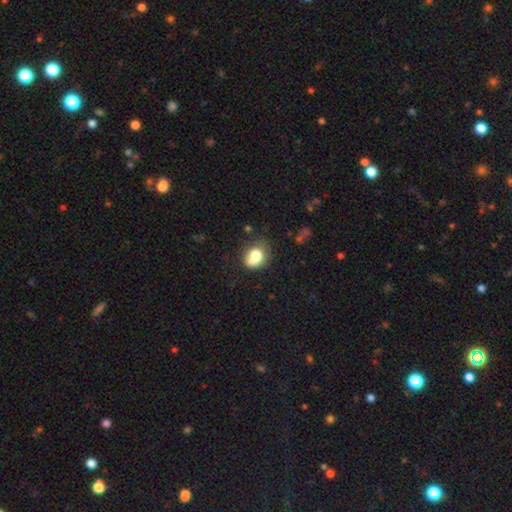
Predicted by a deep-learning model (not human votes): A smooth galaxy with no disk features (77%) that is round (53%).

Vote fractions:
- Smooth or featured? smooth: 77% / featured or disk: 14% / star or artifact: 10%
- How rounded? round: 53% / in between: 46% / cigar-shaped: 1%
- Merging? none: 51% / minor disturbance: 29% / major disturbance: 13% / merger: 8%